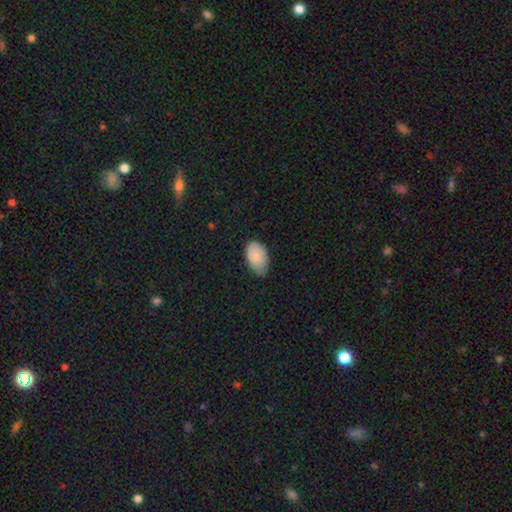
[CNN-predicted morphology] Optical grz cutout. It shows a smooth galaxy with no disk features (86%) that is in between round and cigar-shaped (93%). Merging: none (55%).